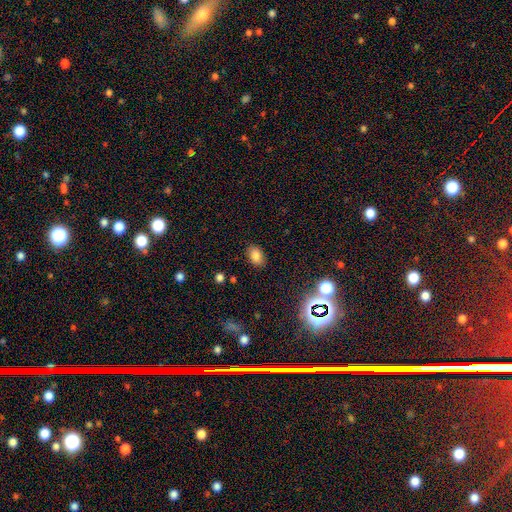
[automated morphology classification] type=smooth (80%); roundness=in between (85%); merging=none (86%).